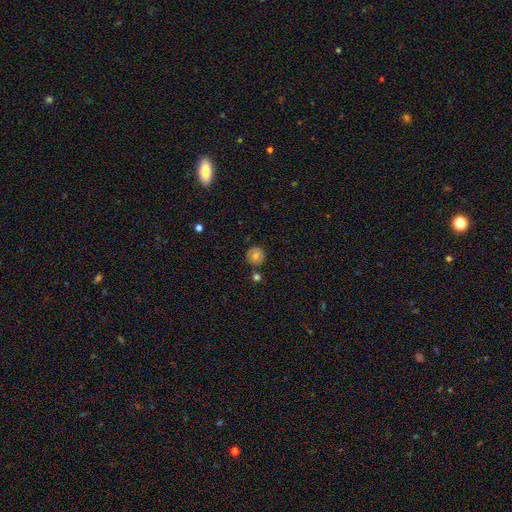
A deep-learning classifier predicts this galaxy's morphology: A smooth galaxy with no disk features (74%) that is round (93%). Merging: none (84%).